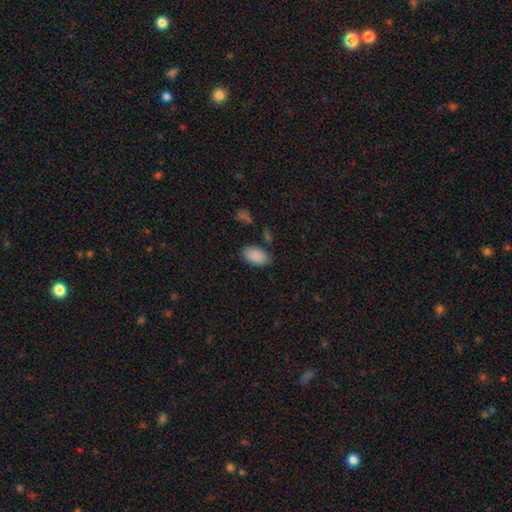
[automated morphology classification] A smooth galaxy with no disk features (89%) that is in between round and cigar-shaped (94%).

Vote fractions:
- Smooth or featured? smooth: 89% / star or artifact: 7% / featured or disk: 4%
- How rounded? in between: 94% / round: 5% / cigar-shaped: 2%
- Merging? none: 80% / minor disturbance: 13% / major disturbance: 3% / merger: 3%